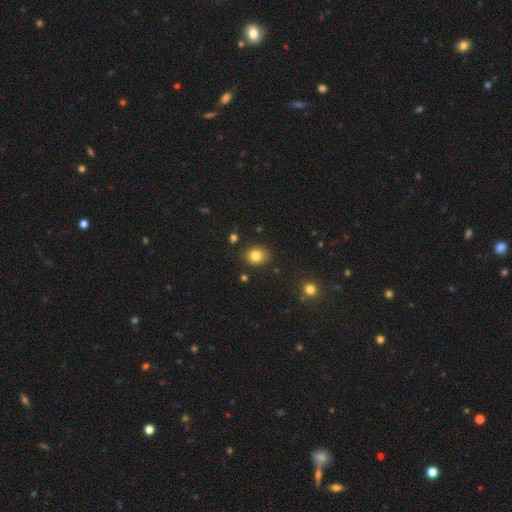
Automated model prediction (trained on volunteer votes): smooth 81%, star or artifact 11%, featured or disk 7%. Down the decision tree: how rounded — round (63%); merging — none (86%).